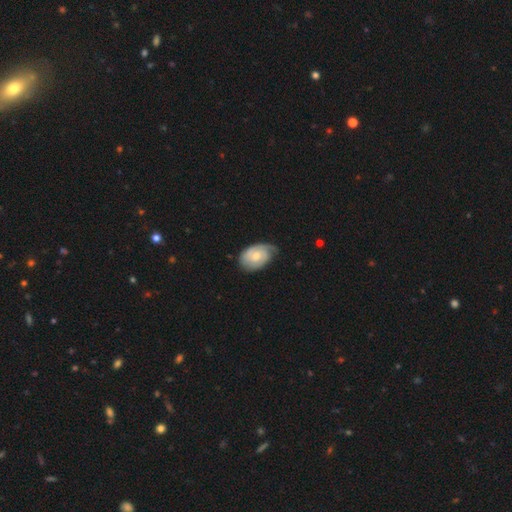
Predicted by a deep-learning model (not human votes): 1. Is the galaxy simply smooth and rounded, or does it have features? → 67% featured or disk, 28% smooth, 5% star or artifact.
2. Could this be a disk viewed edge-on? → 96% no, 4% yes.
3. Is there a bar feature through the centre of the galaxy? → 69% no, 28% weak, 4% strong.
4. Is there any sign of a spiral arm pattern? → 89% yes, 11% no.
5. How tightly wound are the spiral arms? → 63% tight, 27% medium, 10% loose.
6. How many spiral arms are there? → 39% 2, 25% can't tell, 23% 1, 9% 3, 2% 4, 2% more than 4.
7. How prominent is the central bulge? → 60% moderate, 32% small, 4% large, 2% none, 1% dominant.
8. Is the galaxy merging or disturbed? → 58% none, 32% minor disturbance, 9% major disturbance, 1% merger.